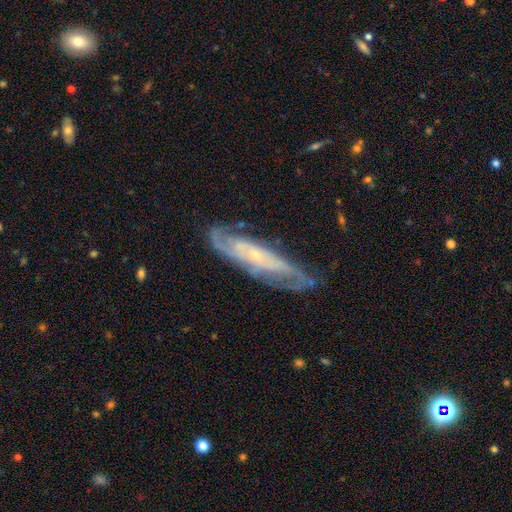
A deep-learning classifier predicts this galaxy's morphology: featured or disk 81%, smooth 13%, star or artifact 6%. Down the decision tree: edge-on disk — no (77%); bar — no (62%); spiral arms — yes (93%); spiral arm count — 2 (46%); spiral winding — tight (52%); bulge size — small (75%); merging — none (72%).